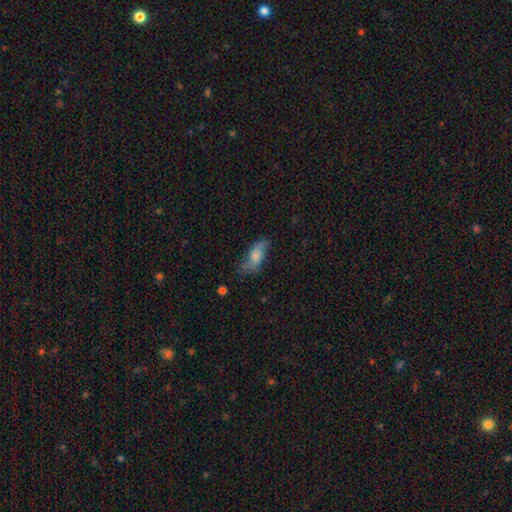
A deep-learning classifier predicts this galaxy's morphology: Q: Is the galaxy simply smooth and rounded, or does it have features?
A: smooth — 59%.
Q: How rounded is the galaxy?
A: in between — 80%.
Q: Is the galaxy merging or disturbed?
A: none — 62%.